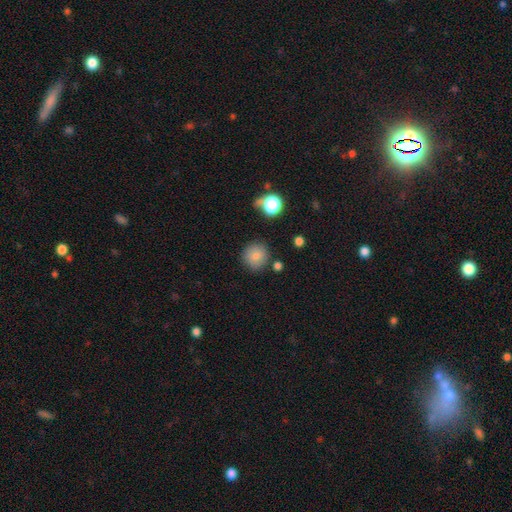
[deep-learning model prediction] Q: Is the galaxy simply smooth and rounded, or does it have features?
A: smooth — 80%.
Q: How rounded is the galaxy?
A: round — 92%.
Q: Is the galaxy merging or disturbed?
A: none — 82%.